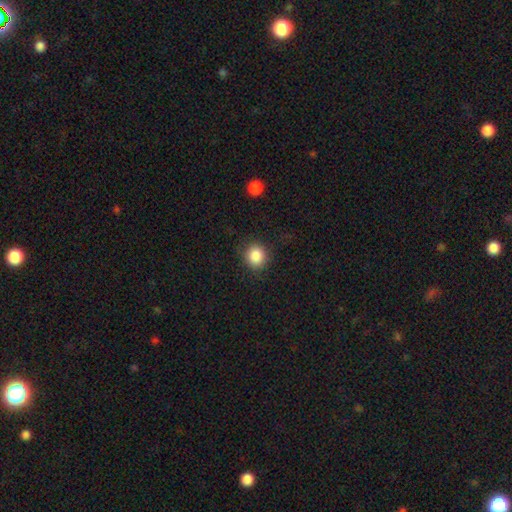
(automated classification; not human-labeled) Smooth or featured? Predicted: smooth (p=0.86). How rounded? Predicted: round (p=0.87). Merging? Predicted: none (p=0.87).